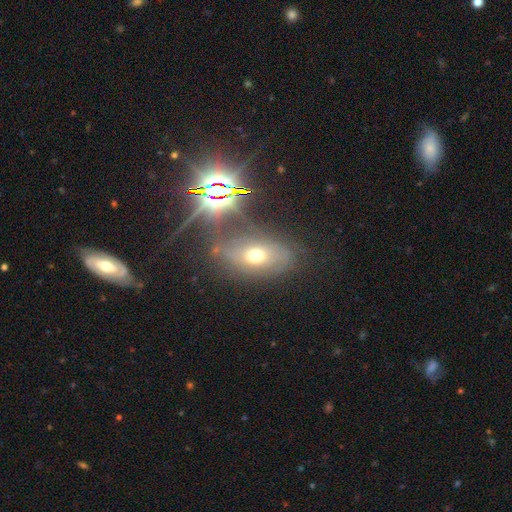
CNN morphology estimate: Smooth or featured? Predicted: featured or disk (p=0.41). Merging? Predicted: none (p=0.69).